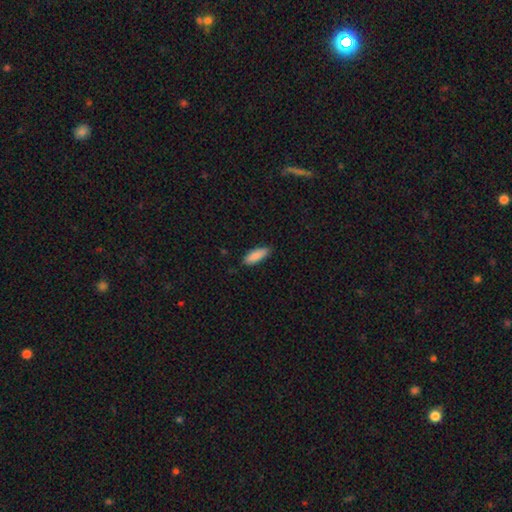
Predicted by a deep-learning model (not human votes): A smooth galaxy with no disk features (88%) that is in between round and cigar-shaped (62%). Merging: none (83%).